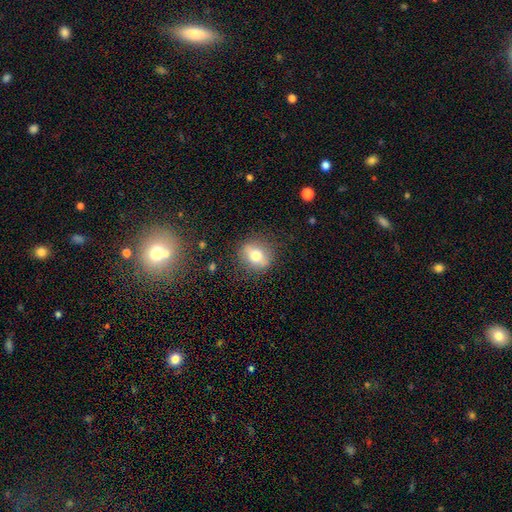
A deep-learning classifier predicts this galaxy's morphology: smooth-or-featured: smooth: 59% | featured or disk: 31% | star or artifact: 10%
  how-rounded: round: 64% | in between: 33% | cigar-shaped: 3%
  merging: none: 83% | minor disturbance: 12% | major disturbance: 4% | merger: 1%